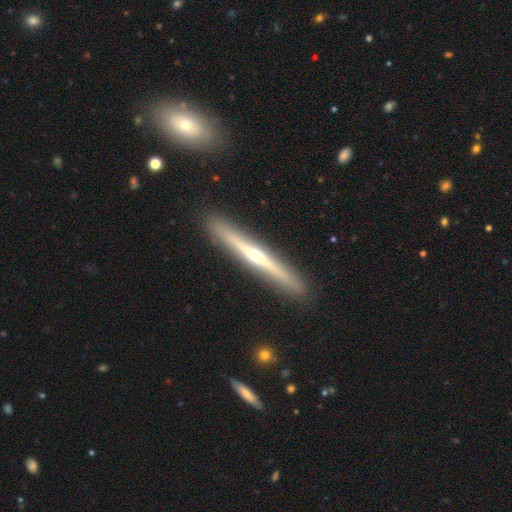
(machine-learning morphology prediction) Q: Smooth or featured?
A: featured or disk (76%); runner-up: smooth (19%)
Q: Edge-on disk?
A: yes (97%); runner-up: no (3%)
Q: Edge-on bulge?
A: rounded (85%); runner-up: none (13%)
Q: Merging?
A: none (91%); runner-up: minor disturbance (6%)